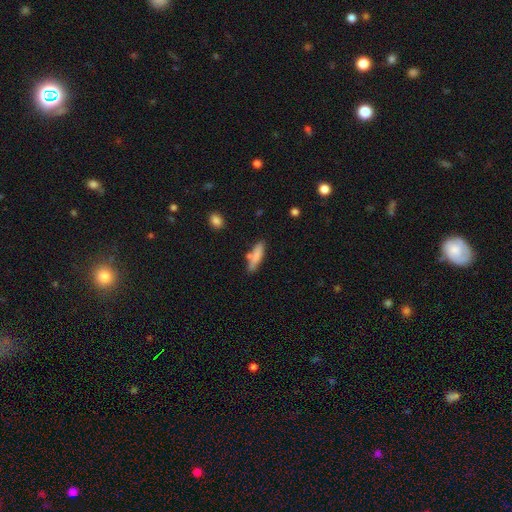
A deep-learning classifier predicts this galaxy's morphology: smooth_or_featured: smooth (p=0.80) [alt: featured or disk p=0.13]
how_rounded: cigar-shaped (p=0.71) [alt: in between p=0.27]
merging: none (p=0.71) [alt: minor disturbance p=0.16]